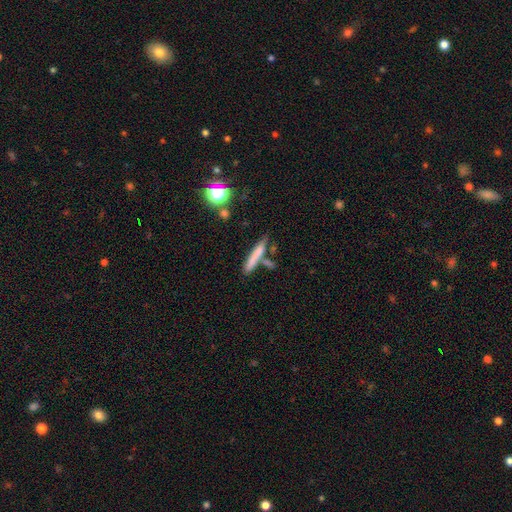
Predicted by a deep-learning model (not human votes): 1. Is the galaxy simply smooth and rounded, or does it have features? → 69% smooth, 22% featured or disk, 9% star or artifact.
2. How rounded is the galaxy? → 90% cigar-shaped, 8% in between, 2% round.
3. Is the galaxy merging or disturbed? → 61% none, 18% merger, 15% minor disturbance, 5% major disturbance.